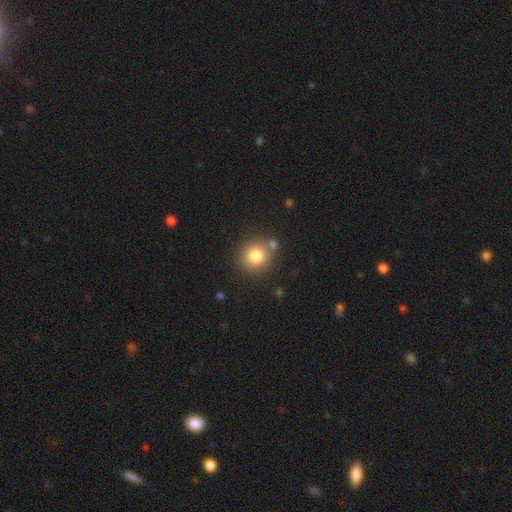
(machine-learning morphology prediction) Q: Smooth or featured?
A: smooth (82%); runner-up: star or artifact (11%)
Q: How rounded?
A: round (89%); runner-up: in between (10%)
Q: Merging?
A: none (75%); runner-up: merger (12%)